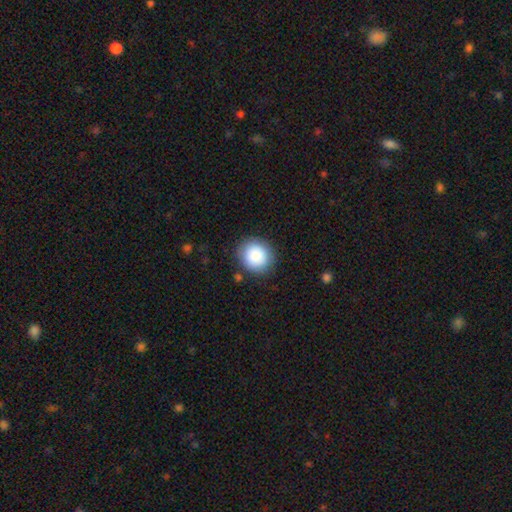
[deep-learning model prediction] A smooth galaxy with no disk features (87%) that is round (86%).

Vote fractions:
- Smooth or featured? smooth: 87% / star or artifact: 8% / featured or disk: 5%
- How rounded? round: 86% / in between: 13% / cigar-shaped: 1%
- Merging? none: 87% / minor disturbance: 9% / major disturbance: 3% / merger: 2%